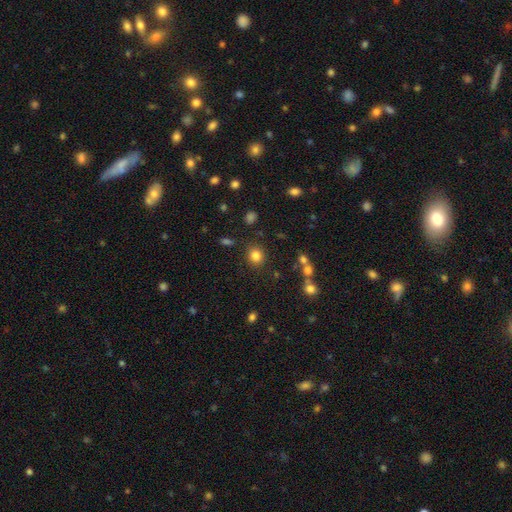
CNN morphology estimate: Smooth or featured? Predicted: smooth (p=0.83). How rounded? Predicted: round (p=0.81). Merging? Predicted: none (p=0.85).